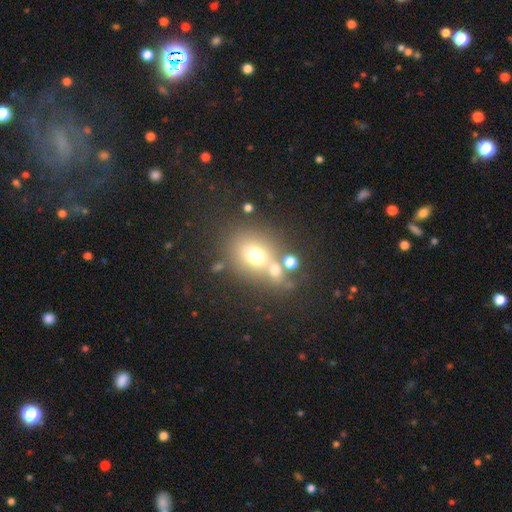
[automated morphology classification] This is likely a smooth galaxy (67%). How rounded: likely round (64%). Merging: possibly none (56%).